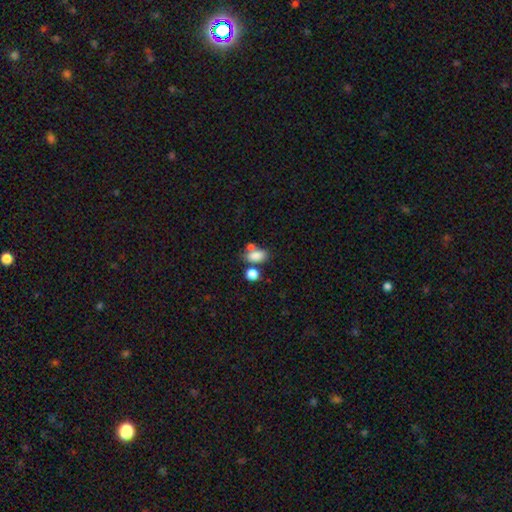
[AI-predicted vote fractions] The model was most divided on "merging": none: 47%, merger: 34%, minor disturbance: 13%, major disturbance: 6%. More confident: how rounded — in between (85%); smooth or featured — smooth (82%).